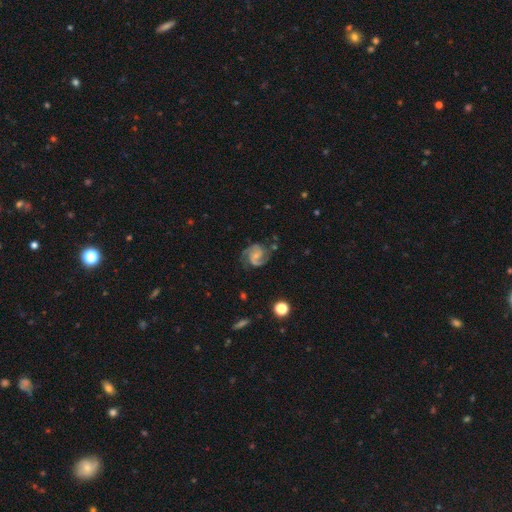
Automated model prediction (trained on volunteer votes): smooth-or-featured: featured or disk: 88% | smooth: 7% | star or artifact: 6%
  disk-edge-on: no: 98% | yes: 2%
    bar: no: 52% | weak: 38% | strong: 10%
    has-spiral-arms: yes: 98% | no: 2%
      spiral-winding: medium: 55% | tight: 29% | loose: 16%
      spiral-arm-count: 2: 81% | 3: 9% | can't tell: 4% | 1: 2% | 4: 2% | more than 4: 2%
    bulge-size: small: 64% | moderate: 26% | none: 8% | large: 1% | dominant: 1%
  merging: none: 72% | minor disturbance: 18% | major disturbance: 8% | merger: 2%